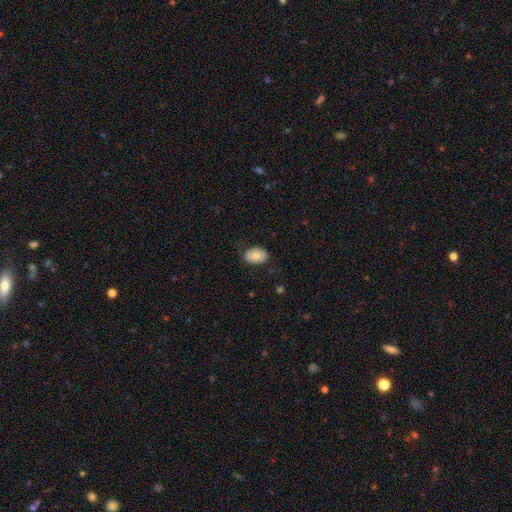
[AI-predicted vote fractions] smooth 69%, featured or disk 24%, star or artifact 7%. Down the decision tree: how rounded — in between (79%); merging — none (70%).